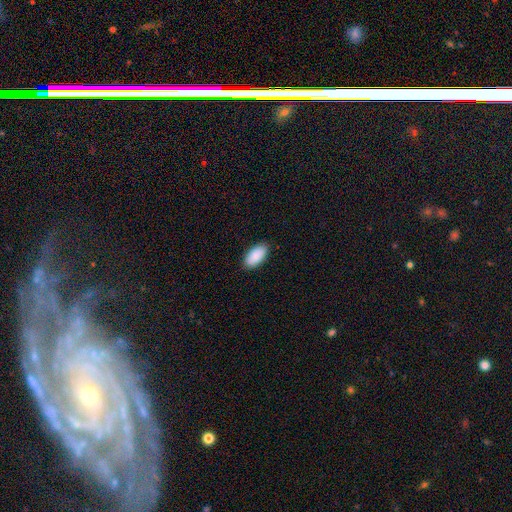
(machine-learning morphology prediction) A smooth galaxy with no disk features (91%) that is in between round and cigar-shaped (95%).

Vote fractions:
- Smooth or featured? smooth: 91% / star or artifact: 6% / featured or disk: 4%
- How rounded? in between: 95% / cigar-shaped: 3% / round: 2%
- Merging? none: 88% / minor disturbance: 9% / major disturbance: 2% / merger: 1%